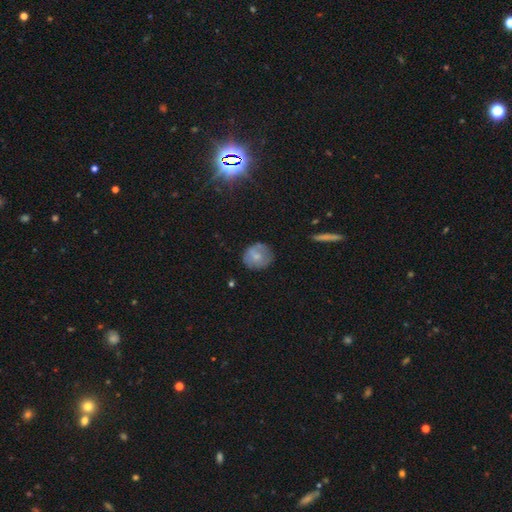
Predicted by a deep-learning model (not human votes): Overall: smooth (65%; featured or disk 26%). How rounded: round (82%). Merging: none (70%).